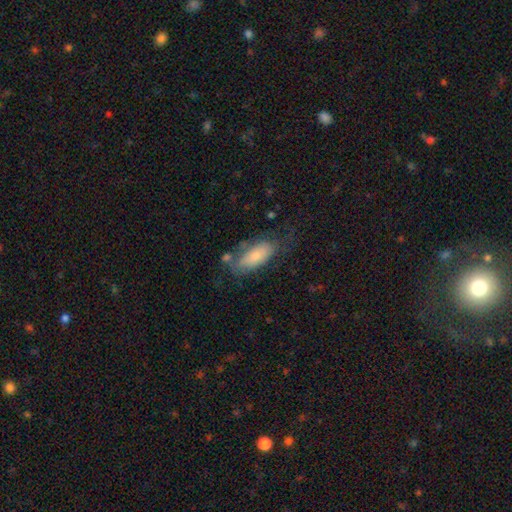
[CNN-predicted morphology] Overall: smooth (74%). How rounded: in between (79%). Merging: none (50%; minor disturbance 27%).